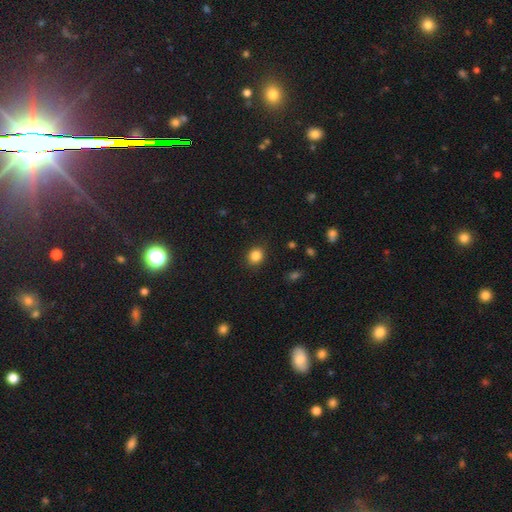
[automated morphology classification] This appears to be a smooth galaxy with no disk features (85%) that is round (73%). Merging: none (88%).